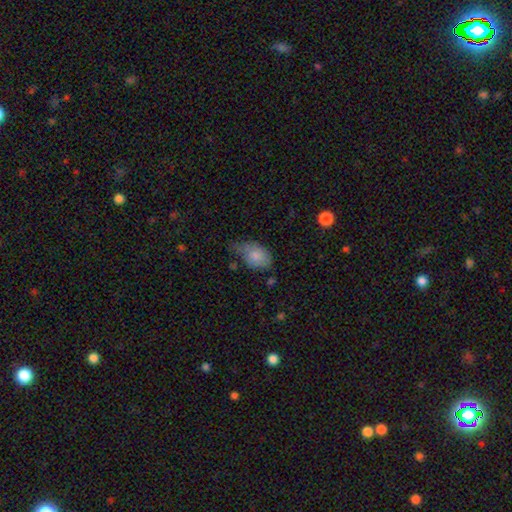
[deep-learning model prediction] Smooth or featured?
  - smooth: 78% *
  - featured or disk: 14%
  - star or artifact: 7%
How rounded?
  - in between: 83% *
  - round: 15%
  - cigar-shaped: 1%
Merging?
  - minor disturbance: 45% *
  - none: 32%
  - major disturbance: 19%
  - merger: 4%